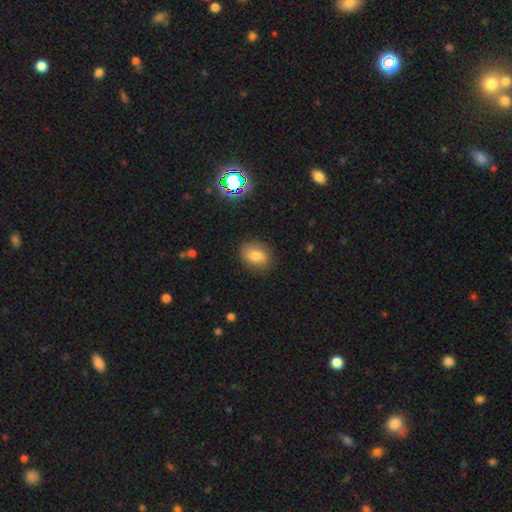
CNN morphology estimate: This is likely a smooth galaxy (72%). How rounded: likely in between (68%). Merging: clearly none (81%).